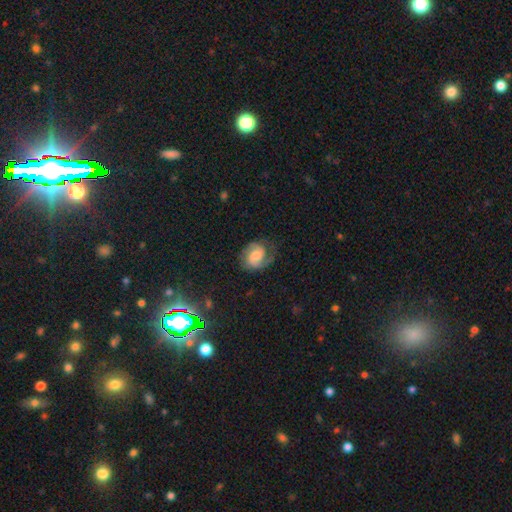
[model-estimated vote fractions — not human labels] smooth_or_featured: featured or disk (p=0.76) [alt: smooth p=0.16]
disk_edge_on: no (p=0.98) [alt: yes p=0.02]
bar: no (p=0.51) [alt: weak p=0.40]
has_spiral_arms: yes (p=0.96) [alt: no p=0.04]
spiral_winding: medium (p=0.49) [alt: tight p=0.34]
spiral_arm_count: 2 (p=0.86) [alt: can't tell p=0.05]
bulge_size: moderate (p=0.52) [alt: small p=0.29]
merging: none (p=0.73) [alt: minor disturbance p=0.18]